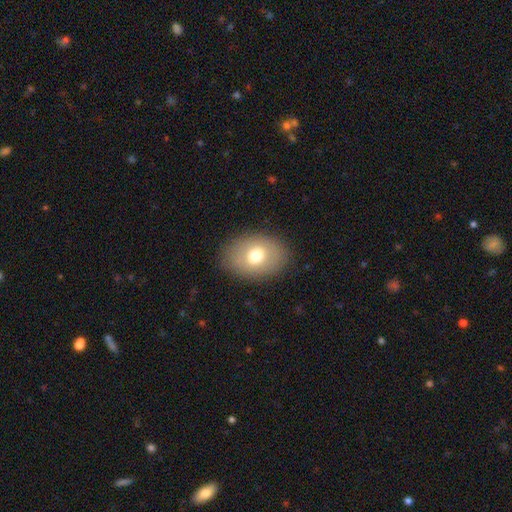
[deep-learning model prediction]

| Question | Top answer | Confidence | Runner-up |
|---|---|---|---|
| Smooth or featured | smooth | 71% | featured or disk (20%) |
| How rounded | in between | 77% | round (22%) |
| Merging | none | 86% | minor disturbance (10%) |